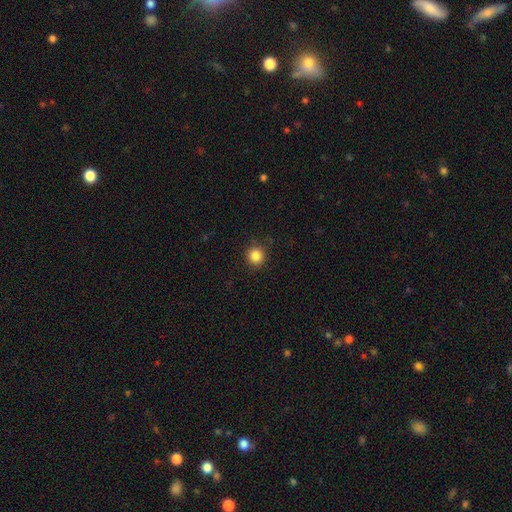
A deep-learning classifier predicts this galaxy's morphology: Smooth or featured: smooth — 85% (star or artifact — 11%)
How rounded: round — 94% (in between — 5%)
Merging: none — 89% (minor disturbance — 7%)